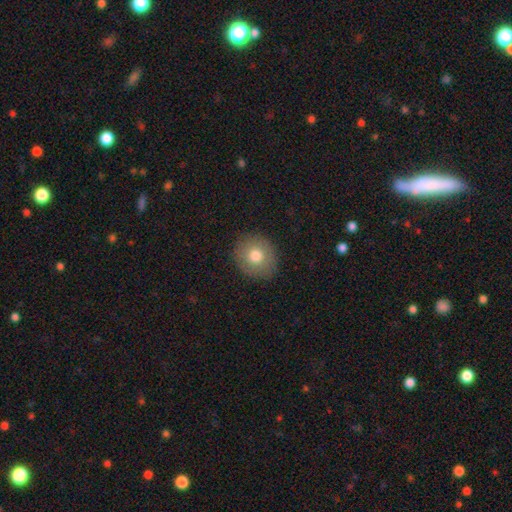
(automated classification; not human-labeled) Q: Smooth or featured?
A: smooth (76%); runner-up: featured or disk (16%)
Q: How rounded?
A: round (81%); runner-up: in between (18%)
Q: Merging?
A: none (88%); runner-up: minor disturbance (9%)